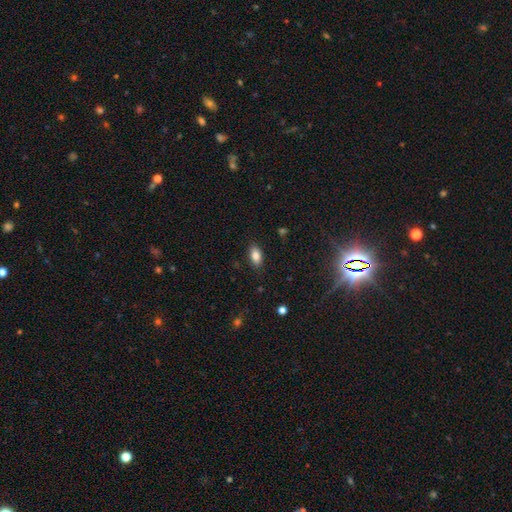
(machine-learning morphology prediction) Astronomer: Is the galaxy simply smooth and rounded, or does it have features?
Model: smooth — 84%.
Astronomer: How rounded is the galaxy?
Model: in between — 90%.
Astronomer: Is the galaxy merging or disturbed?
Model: none — 86%.